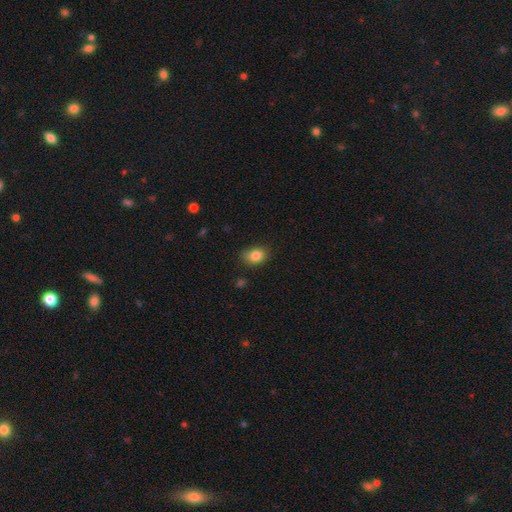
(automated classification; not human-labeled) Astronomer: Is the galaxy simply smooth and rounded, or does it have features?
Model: smooth — 84%.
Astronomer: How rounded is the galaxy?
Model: in between — 65%.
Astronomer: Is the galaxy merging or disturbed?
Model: none — 76%.